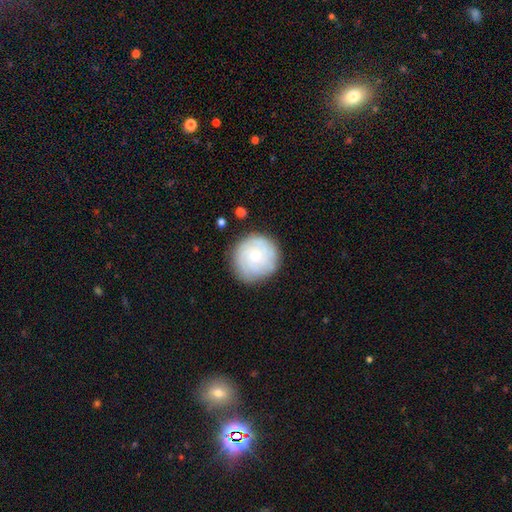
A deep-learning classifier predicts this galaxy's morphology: This is possibly a featured or disk galaxy (51%). It is clearly not viewed edge-on (98%). Merging: clearly none (82%).